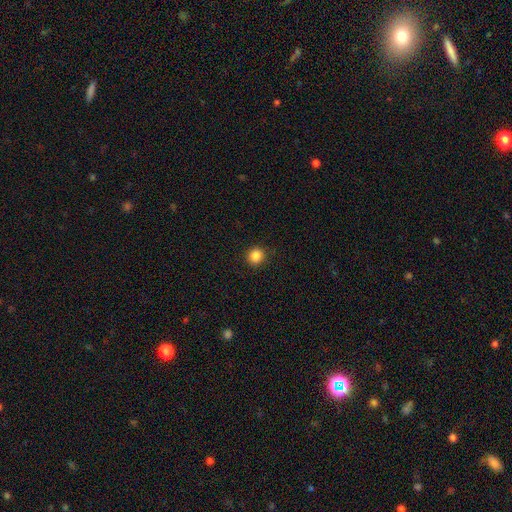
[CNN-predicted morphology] Overall: smooth (86%). How rounded: round (92%). Merging: none (91%).